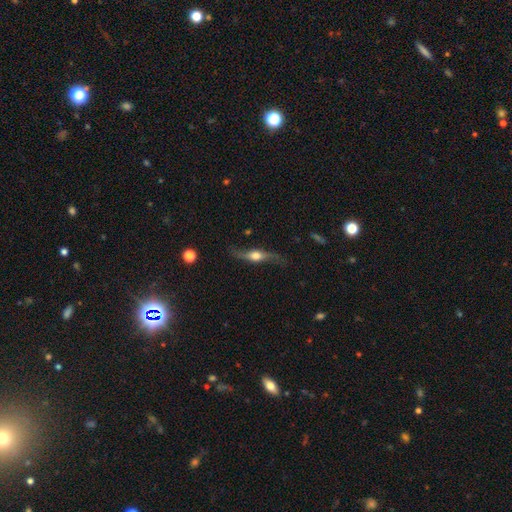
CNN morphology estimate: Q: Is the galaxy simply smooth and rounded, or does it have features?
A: featured or disk — 74%.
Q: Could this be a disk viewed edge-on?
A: yes — 70%.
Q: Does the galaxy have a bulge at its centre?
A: rounded — 92%.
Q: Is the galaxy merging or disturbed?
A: none — 68%.